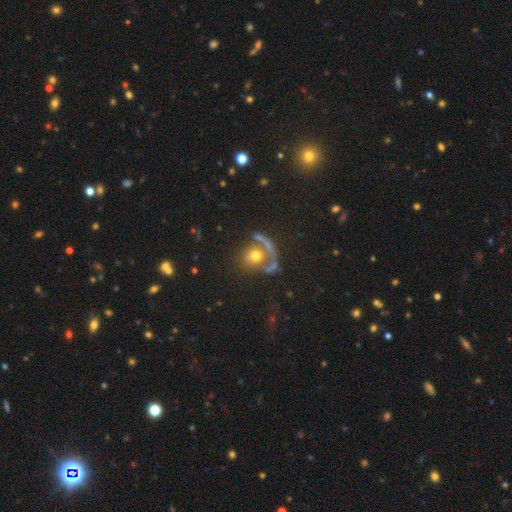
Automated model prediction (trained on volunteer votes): Overall: smooth (50%; featured or disk 36%). Merging: none (41%; merger 27%).